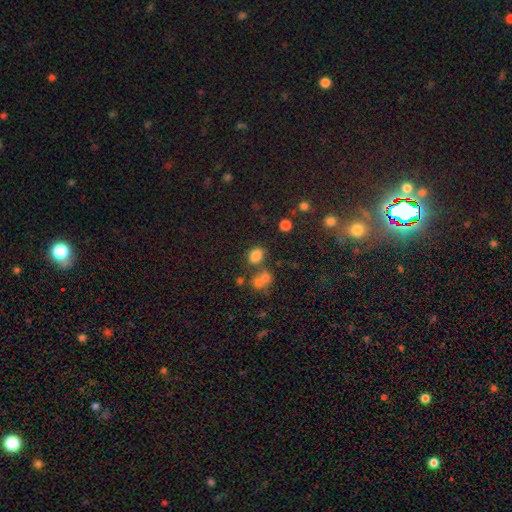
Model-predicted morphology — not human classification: Smooth or featured? smooth (78%)
How rounded? in between (62%)
Merging? none (64%)